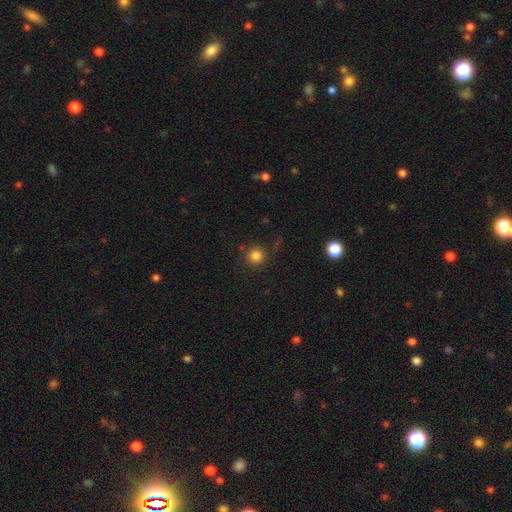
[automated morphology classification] Overall: smooth (82%). How rounded: round (94%). Merging: none (84%).